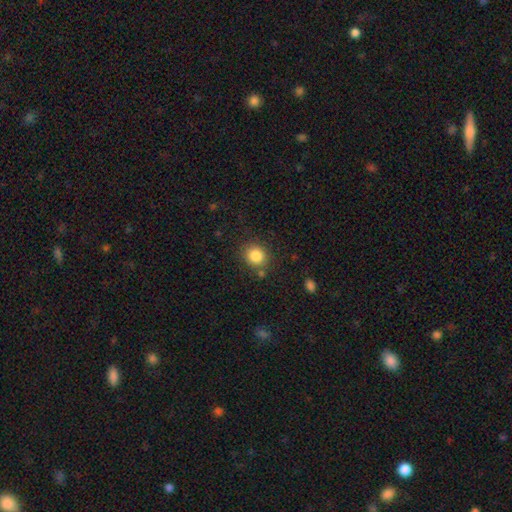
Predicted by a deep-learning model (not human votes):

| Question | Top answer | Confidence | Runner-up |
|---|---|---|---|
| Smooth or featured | smooth | 84% | star or artifact (10%) |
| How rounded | round | 75% | in between (24%) |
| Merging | none | 81% | minor disturbance (11%) |